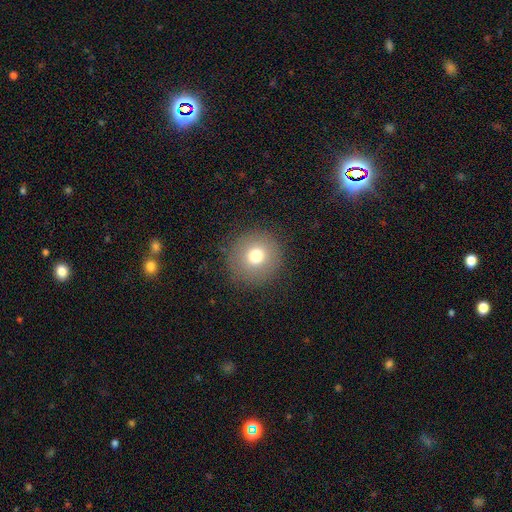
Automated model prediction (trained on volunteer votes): This appears to be a smooth galaxy with no disk features (75%) that is round (95%). Merging: none (89%).